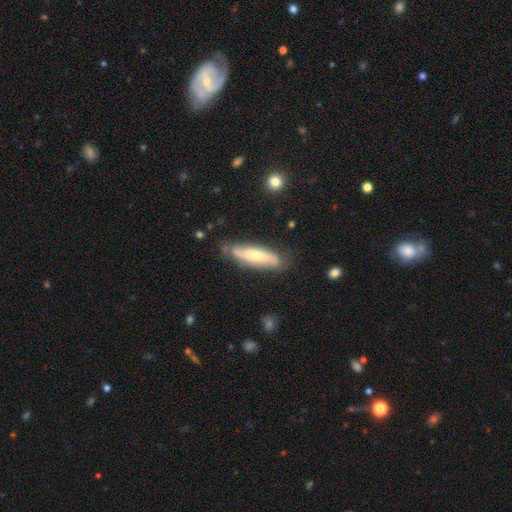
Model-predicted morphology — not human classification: This is possibly a featured or disk galaxy (56%). It is likely not viewed edge-on (65%). Merging: likely none (72%).